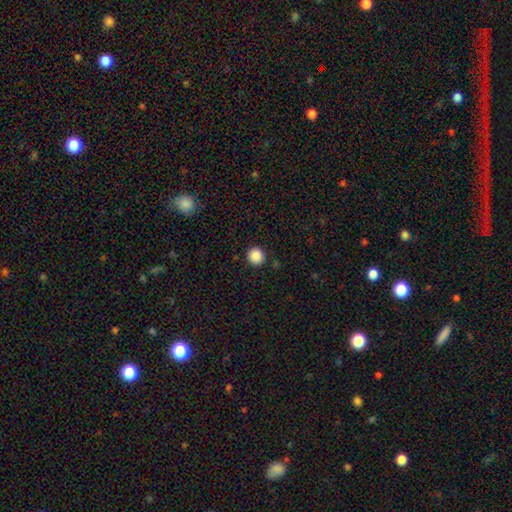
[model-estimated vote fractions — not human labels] smooth_or_featured: smooth (p=0.88) [alt: star or artifact p=0.09]
how_rounded: round (p=0.91) [alt: in between p=0.08]
merging: none (p=0.91) [alt: minor disturbance p=0.06]